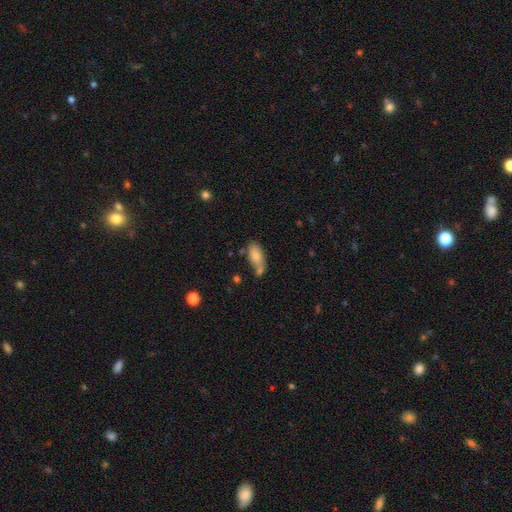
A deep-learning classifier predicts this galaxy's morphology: Smooth or featured? smooth (80%)
How rounded? in between (86%)
Merging? none (48%)